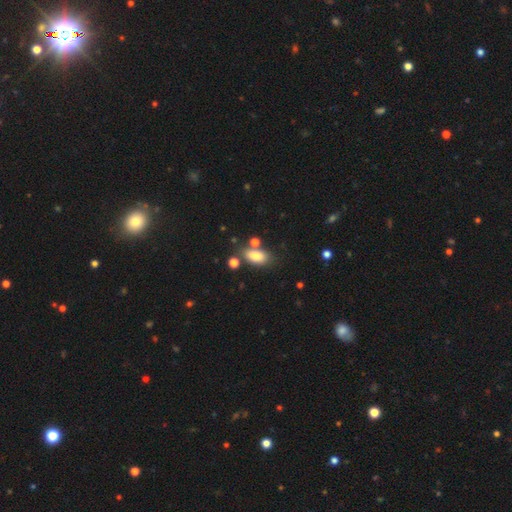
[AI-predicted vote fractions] This is clearly a smooth galaxy (82%). How rounded: clearly in between (88%). Merging: likely none (68%).